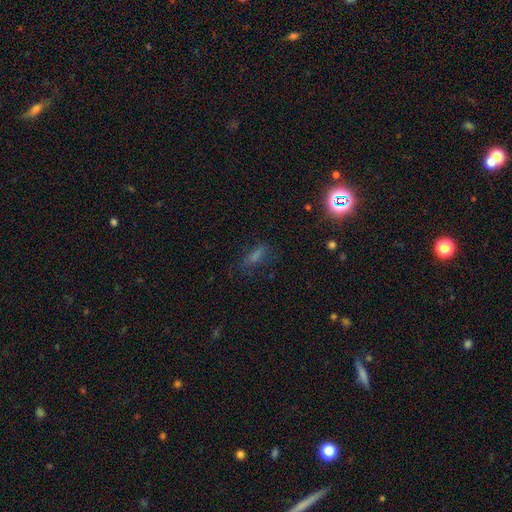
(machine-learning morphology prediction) The model was most divided on "how rounded": in between: 50%, cigar-shaped: 45%, round: 5%. More confident: merging — none (68%); smooth or featured — smooth (65%).